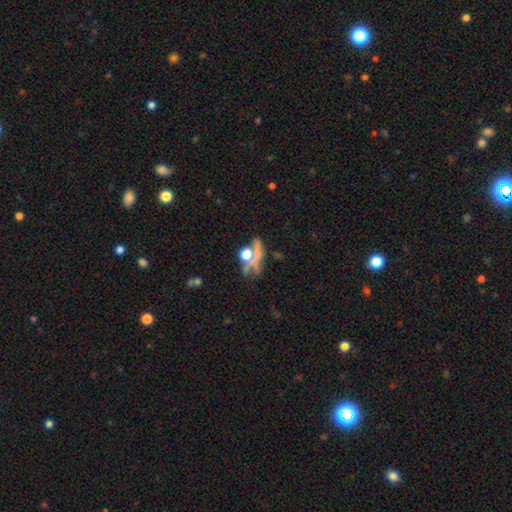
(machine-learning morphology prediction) Q: Smooth or featured?
A: smooth (46%); runner-up: featured or disk (28%)
Q: Merging?
A: none (39%); runner-up: merger (28%)